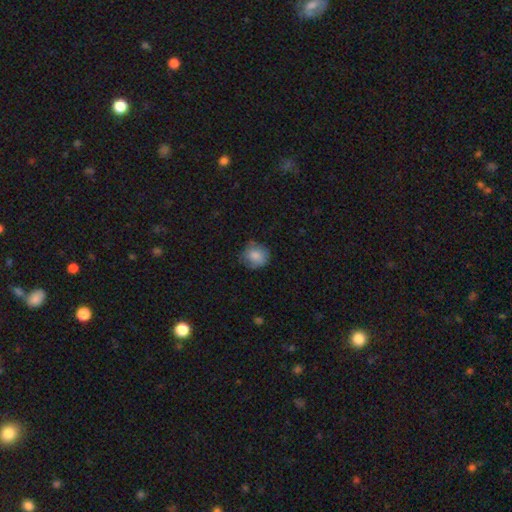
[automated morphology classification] Smooth or featured? smooth (82%)
How rounded? round (83%)
Merging? none (71%)